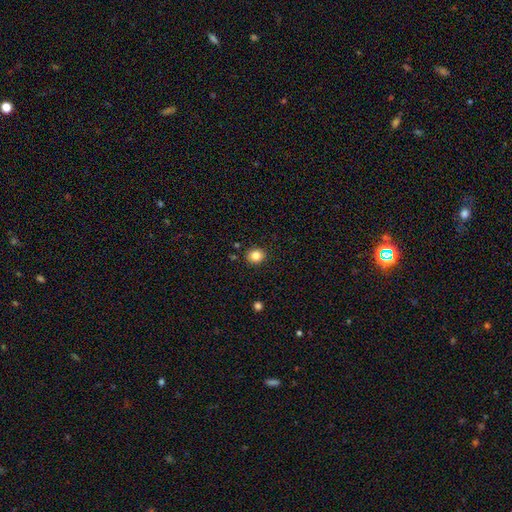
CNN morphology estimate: Q: Smooth or featured?
A: smooth (84%); runner-up: star or artifact (11%)
Q: How rounded?
A: round (75%); runner-up: in between (24%)
Q: Merging?
A: none (89%); runner-up: minor disturbance (7%)